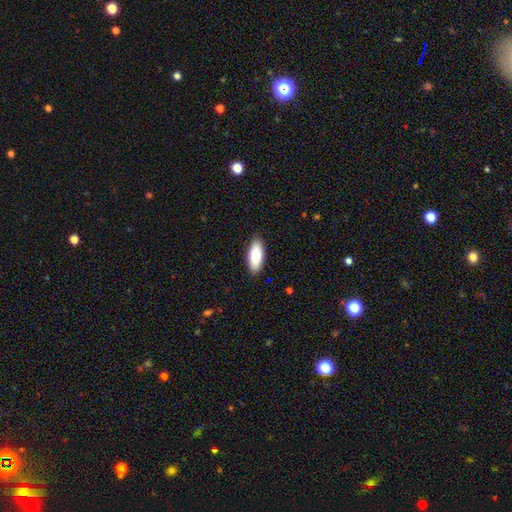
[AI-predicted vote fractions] The model was most divided on "how rounded": in between: 81%, cigar-shaped: 17%, round: 2%. More confident: merging — none (88%); smooth or featured — smooth (85%).